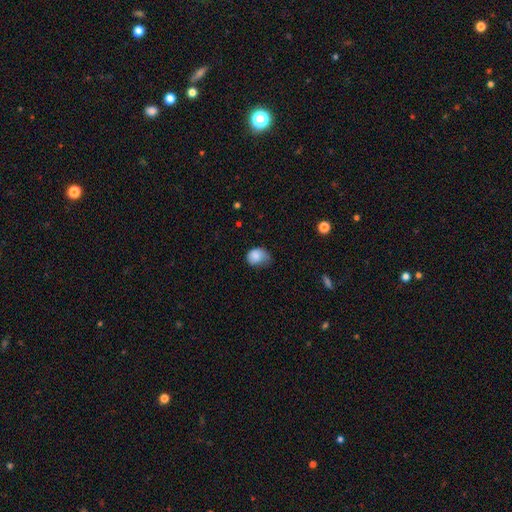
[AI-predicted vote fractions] smooth 84%, featured or disk 8%, star or artifact 8%. Down the decision tree: how rounded — in between (54%); merging — minor disturbance (45%).